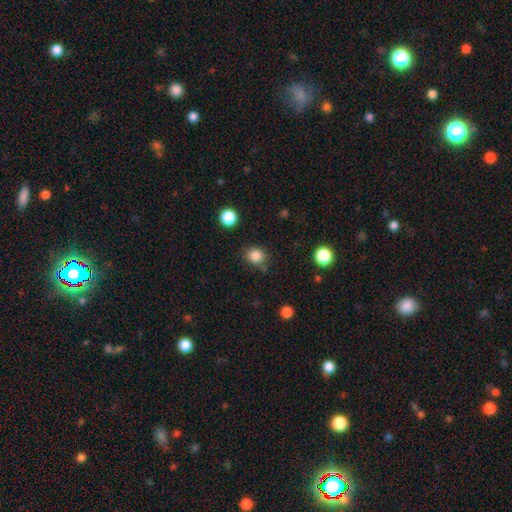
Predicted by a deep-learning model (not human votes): The model was most divided on "how rounded": round: 77%, in between: 22%, cigar-shaped: 1%. More confident: smooth or featured — smooth (84%); merging — none (78%).